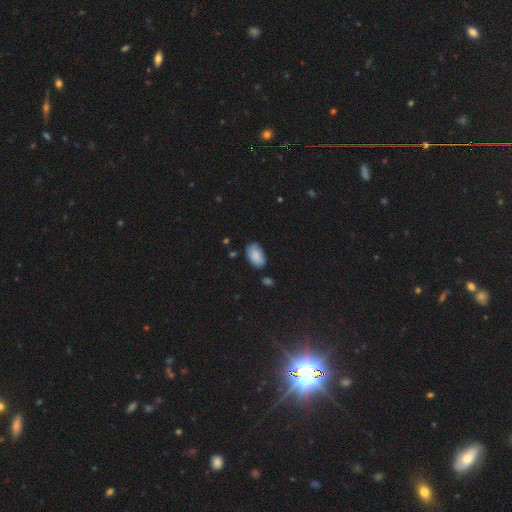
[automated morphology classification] smooth 84%, featured or disk 9%, star or artifact 7%. Down the decision tree: how rounded — in between (94%); merging — none (67%).